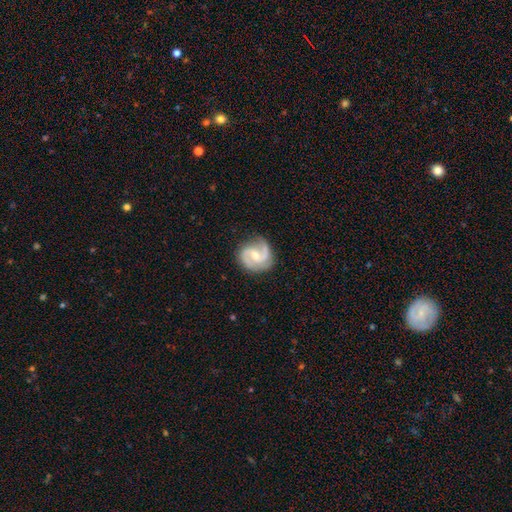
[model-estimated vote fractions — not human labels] smooth-or-featured: featured or disk: 88% | smooth: 8% | star or artifact: 5%
  disk-edge-on: no: 98% | yes: 2%
    bar: weak: 46% | no: 42% | strong: 11%
    has-spiral-arms: yes: 98% | no: 2%
      spiral-winding: medium: 56% | tight: 29% | loose: 16%
      spiral-arm-count: 2: 88% | 3: 4% | can't tell: 3% | 1: 2% | 4: 1% | more than 4: 1%
    bulge-size: moderate: 54% | small: 42% | large: 2% | none: 1% | dominant: 1%
  merging: none: 79% | minor disturbance: 15% | major disturbance: 4% | merger: 1%